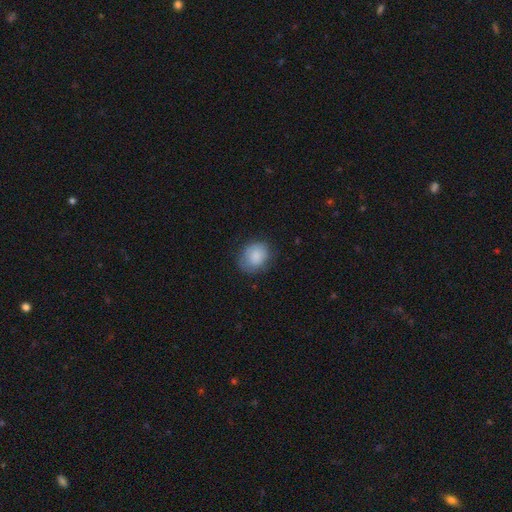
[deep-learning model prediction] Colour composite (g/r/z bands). It shows a smooth galaxy with no disk features (85%) that is round (60%). Merging: none (74%).